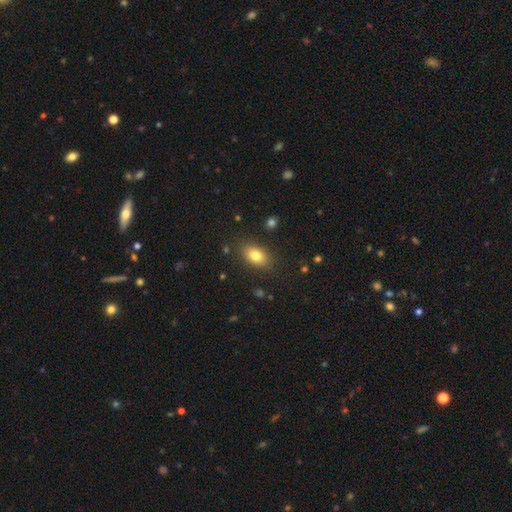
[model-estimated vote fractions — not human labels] This is clearly a smooth galaxy (80%). How rounded: clearly in between (85%). Merging: clearly none (84%).